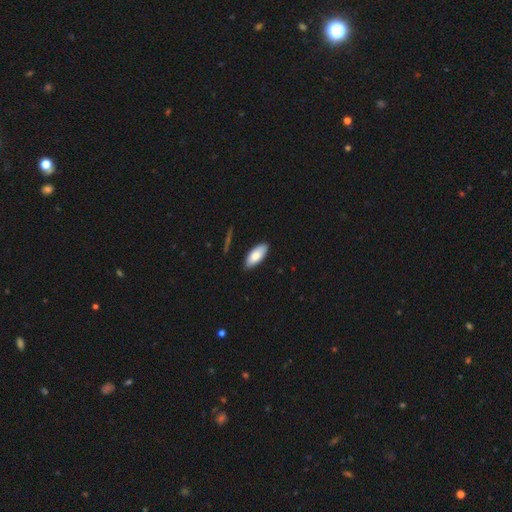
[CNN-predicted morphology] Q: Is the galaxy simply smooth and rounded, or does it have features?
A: smooth — 83%.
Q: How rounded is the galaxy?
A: in between — 86%.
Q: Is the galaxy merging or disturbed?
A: none — 87%.